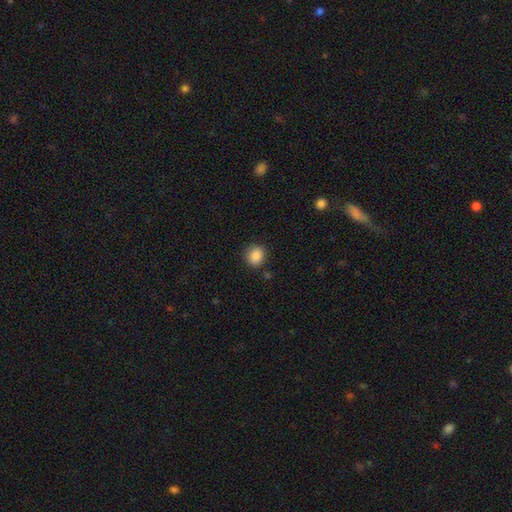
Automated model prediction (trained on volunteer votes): smooth 88%, star or artifact 9%, featured or disk 3%. Down the decision tree: how rounded — round (72%); merging — none (85%).